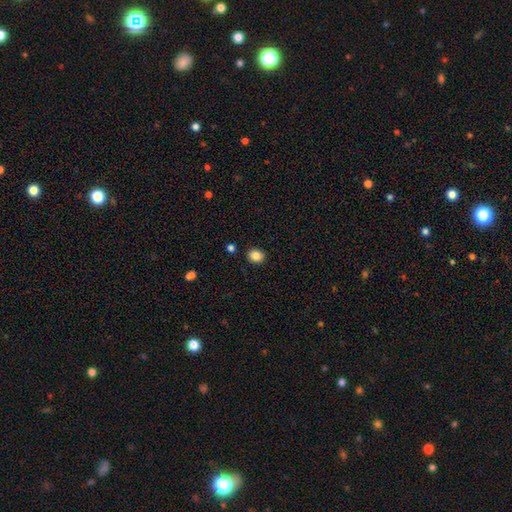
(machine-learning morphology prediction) A smooth galaxy with no disk features (86%) that is round (62%).

Vote fractions:
- Smooth or featured? smooth: 86% / star or artifact: 10% / featured or disk: 4%
- How rounded? round: 62% / in between: 37% / cigar-shaped: 1%
- Merging? none: 89% / minor disturbance: 7% / major disturbance: 2% / merger: 2%